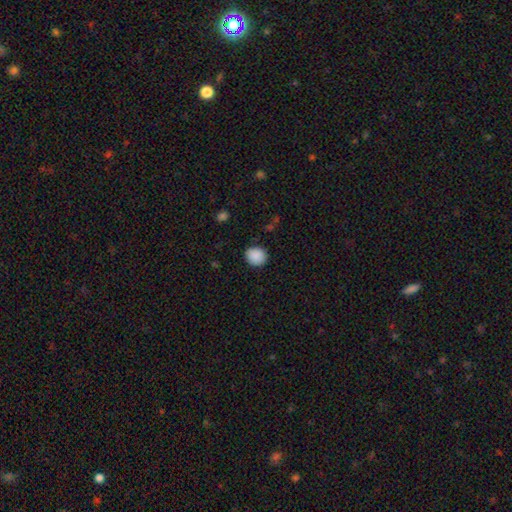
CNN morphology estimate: smooth_or_featured: smooth (p=0.89) [alt: star or artifact p=0.08]
how_rounded: round (p=0.79) [alt: in between p=0.21]
merging: none (p=0.87) [alt: minor disturbance p=0.09]